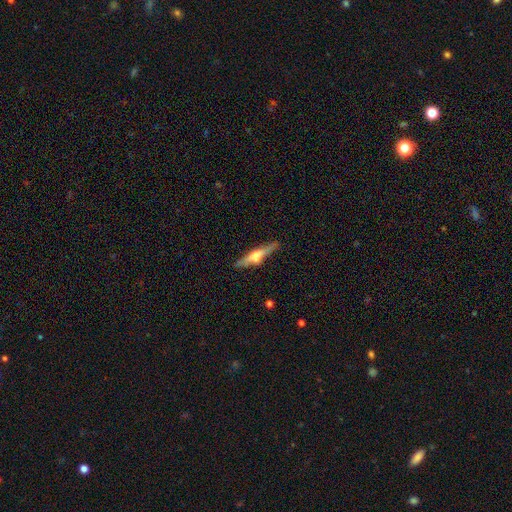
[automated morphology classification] Smooth or featured? featured or disk (63%)
Edge-on disk? yes (96%)
Edge-on bulge? rounded (86%)
Merging? none (84%)